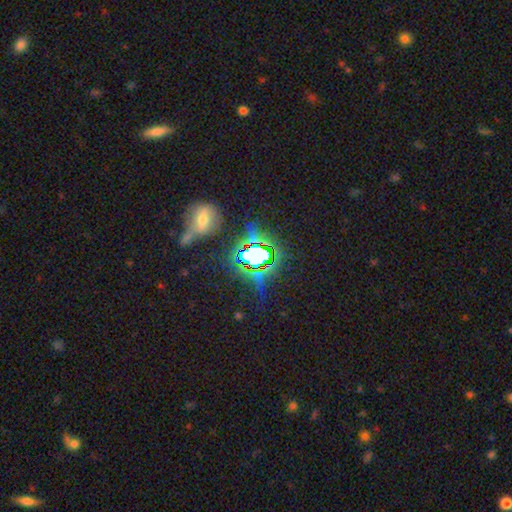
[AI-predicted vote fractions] A star or artifact, not a galaxy (73%).

Vote fractions:
- Smooth or featured? star or artifact: 73% / smooth: 15% / featured or disk: 12%